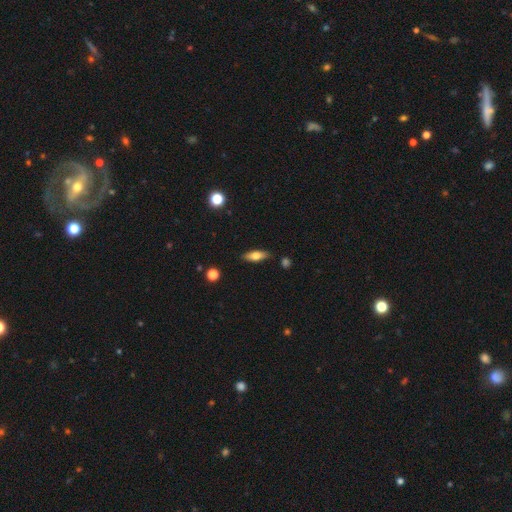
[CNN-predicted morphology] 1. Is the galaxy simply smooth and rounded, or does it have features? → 63% smooth, 30% featured or disk, 7% star or artifact.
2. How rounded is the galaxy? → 62% in between, 35% cigar-shaped, 3% round.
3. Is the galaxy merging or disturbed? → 85% none, 11% minor disturbance, 2% major disturbance, 2% merger.